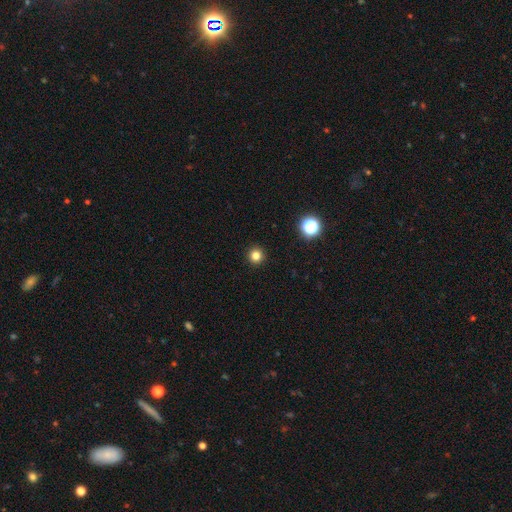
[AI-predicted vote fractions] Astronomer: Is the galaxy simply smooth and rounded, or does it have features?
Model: smooth — 80%.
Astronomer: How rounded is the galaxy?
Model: round — 96%.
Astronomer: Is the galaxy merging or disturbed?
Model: none — 93%.